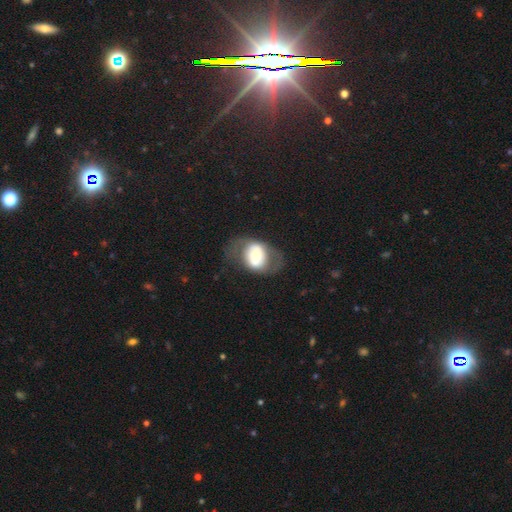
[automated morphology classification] smooth_or_featured: featured or disk (p=0.49) [alt: smooth p=0.44]
merging: none (p=0.57) [alt: major disturbance p=0.22]